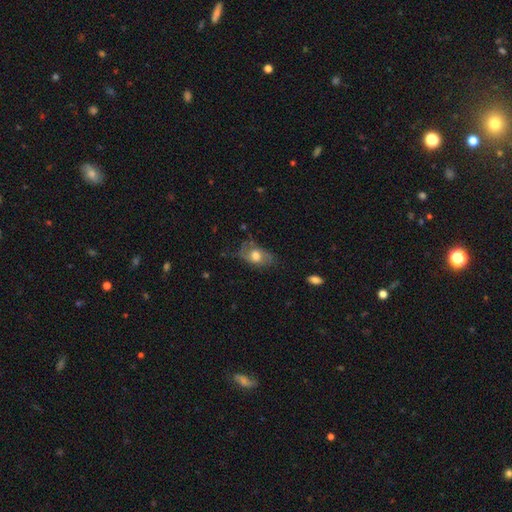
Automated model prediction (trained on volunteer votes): smooth 52%, featured or disk 40%, star or artifact 8%. Down the decision tree: how rounded — in between (83%); merging — none (55%).